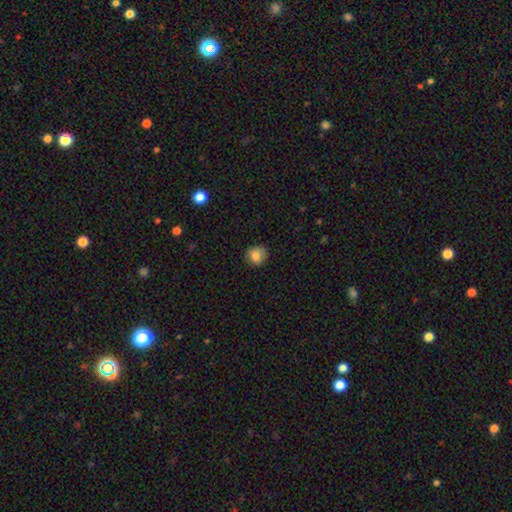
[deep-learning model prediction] A smooth galaxy with no disk features (82%) that is round (83%). Merging: none (83%).